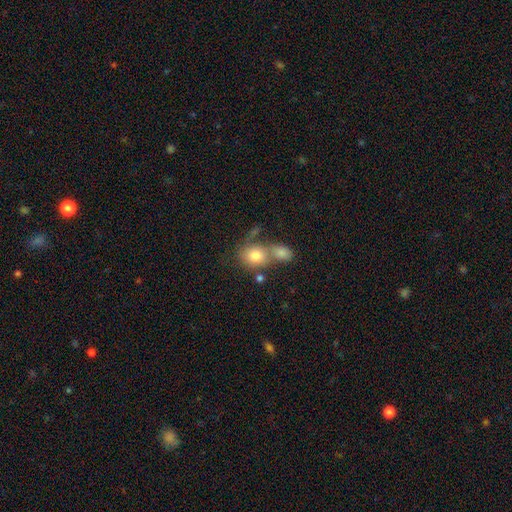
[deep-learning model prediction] Smooth or featured: smooth — 79% (featured or disk — 12%)
How rounded: round — 63% (in between — 36%)
Merging: merger — 46% (none — 38%)